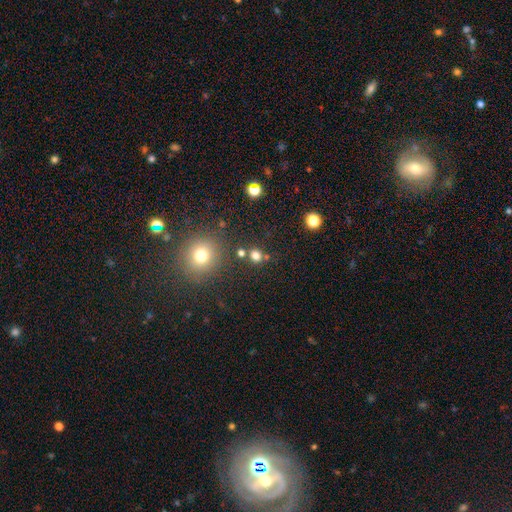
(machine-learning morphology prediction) This is likely a smooth galaxy (75%). How rounded: clearly round (85%). Merging: likely none (77%).